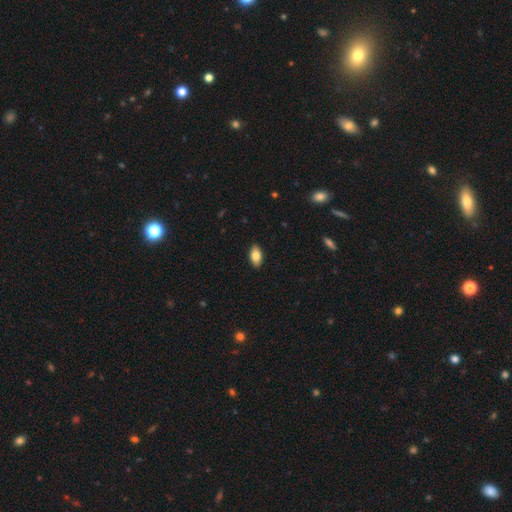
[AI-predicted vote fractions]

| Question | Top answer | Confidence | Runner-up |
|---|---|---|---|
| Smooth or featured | smooth | 82% | featured or disk (11%) |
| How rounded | in between | 93% | round (4%) |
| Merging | none | 90% | minor disturbance (8%) |